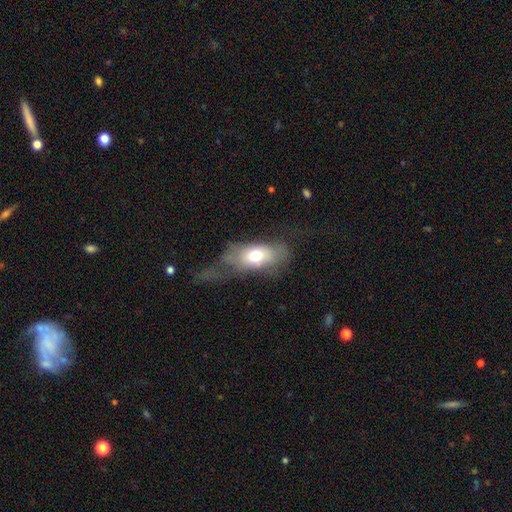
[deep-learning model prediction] smooth-or-featured: smooth: 66% | featured or disk: 26% | star or artifact: 8%
  how-rounded: in between: 86% | cigar-shaped: 7% | round: 6%
  merging: major disturbance: 45% | none: 27% | minor disturbance: 24% | merger: 4%